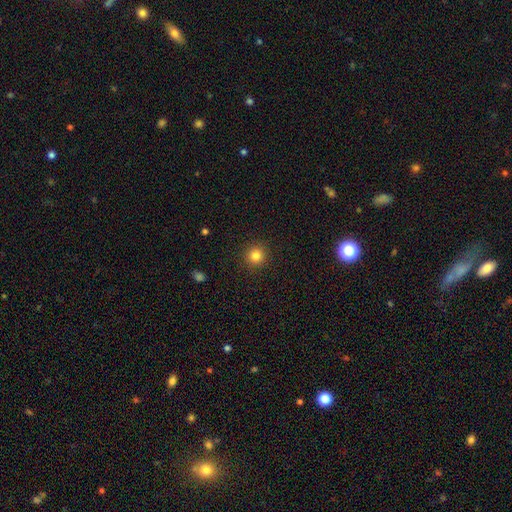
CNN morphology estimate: The model was most divided on "smooth or featured": smooth: 83%, star or artifact: 12%, featured or disk: 5%. More confident: how rounded — round (94%); merging — none (92%).